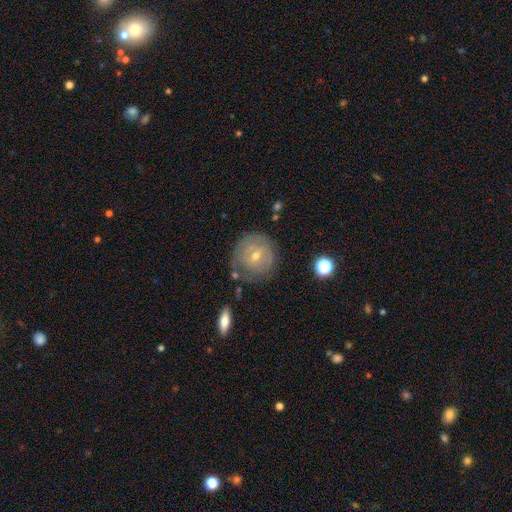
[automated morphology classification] A featured or disk galaxy (58%) with no bar (57%), spiral arms (65%) and a small central bulge (57%).

Vote fractions:
- Smooth or featured? featured or disk: 58% / smooth: 33% / star or artifact: 9%
- Edge-on disk? no: 95% / yes: 5%
- Bar? no: 57% / weak: 35% / strong: 8%
- Spiral arms? yes: 65% / no: 35%
- Bulge size? small: 57% / moderate: 40% / large: 1% / none: 1% / dominant: 1%
- Merging? none: 72% / minor disturbance: 18% / major disturbance: 6% / merger: 4%